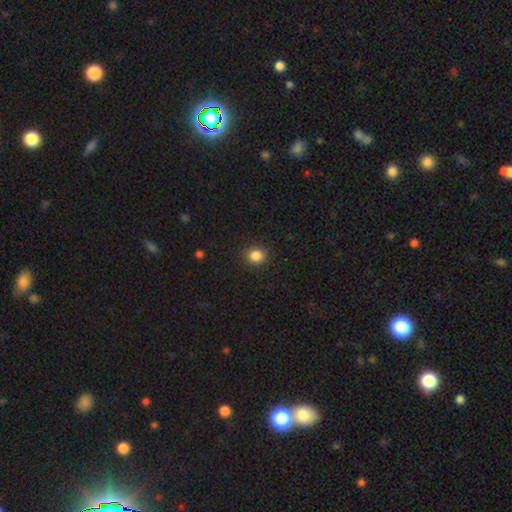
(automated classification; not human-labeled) Morphology: type=smooth (86%); roundness=round (85%); merging=none (91%).